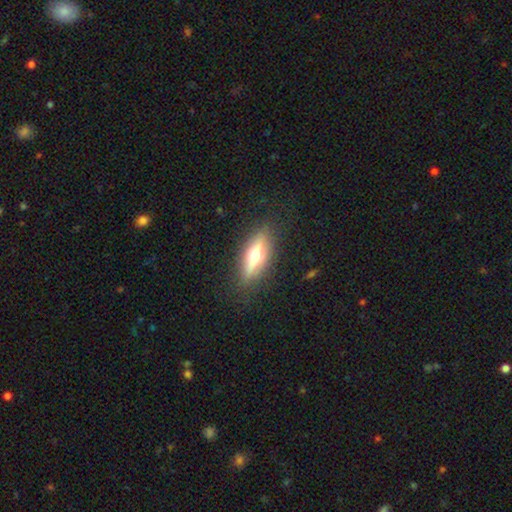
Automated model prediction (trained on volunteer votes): Smooth or featured?
  - featured or disk: 52% *
  - smooth: 40%
  - star or artifact: 8%
Edge-on disk?
  - yes: 85% *
  - no: 15%
Merging?
  - none: 85% *
  - minor disturbance: 10%
  - major disturbance: 3%
  - merger: 1%